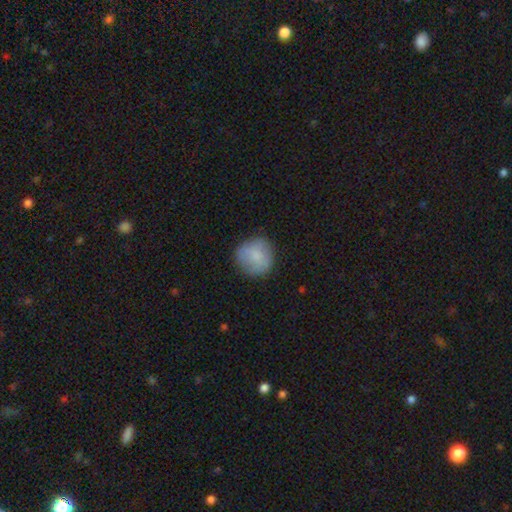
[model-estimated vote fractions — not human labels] smooth_or_featured: smooth (p=0.79) [alt: featured or disk p=0.14]
how_rounded: round (p=0.91) [alt: in between p=0.08]
merging: none (p=0.77) [alt: minor disturbance p=0.17]